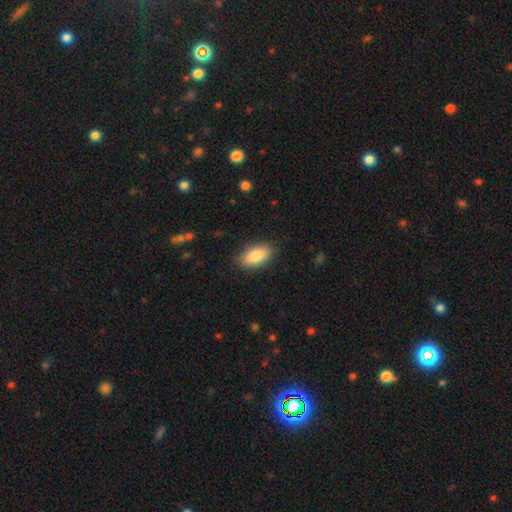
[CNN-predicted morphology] smooth_or_featured: smooth (p=0.85) [alt: featured or disk p=0.08]
how_rounded: in between (p=0.92) [alt: cigar-shaped p=0.05]
merging: none (p=0.86) [alt: minor disturbance p=0.11]